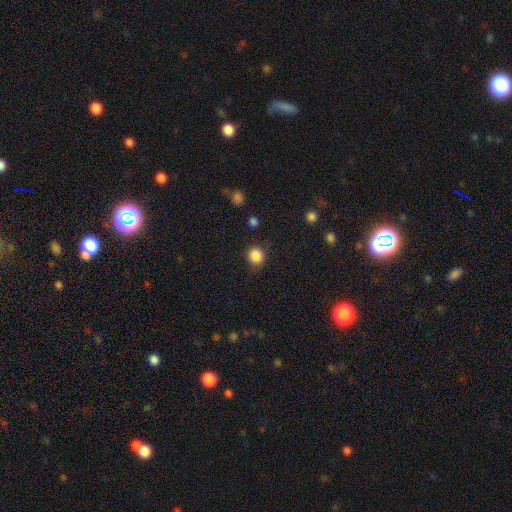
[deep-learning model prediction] Morphology: type=smooth (86%); roundness=round (84%); merging=none (81%).